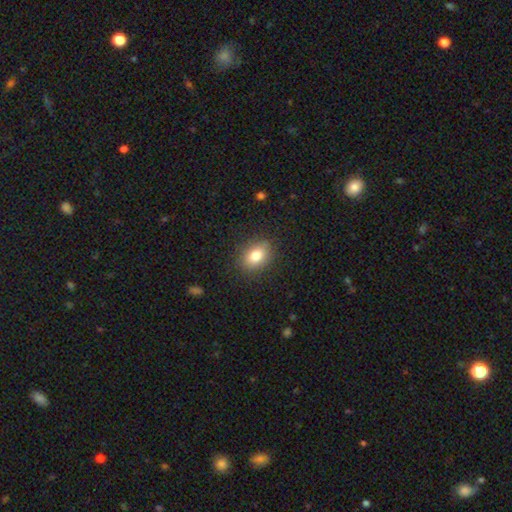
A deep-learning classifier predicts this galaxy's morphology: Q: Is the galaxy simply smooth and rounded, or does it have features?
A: smooth — 82%.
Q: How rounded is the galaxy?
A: in between — 68%.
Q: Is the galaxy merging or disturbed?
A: none — 86%.